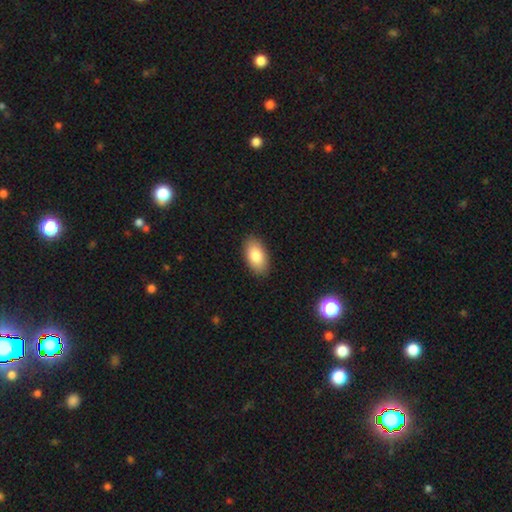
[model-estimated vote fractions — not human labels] smooth-or-featured: smooth: 84% | featured or disk: 10% | star or artifact: 7%
  how-rounded: in between: 94% | round: 4% | cigar-shaped: 2%
  merging: none: 89% | minor disturbance: 8% | major disturbance: 2% | merger: 1%